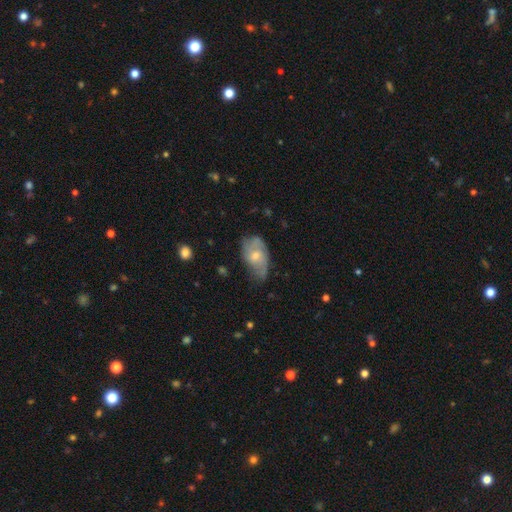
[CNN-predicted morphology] A smooth galaxy with no disk features (47%). Merging: none (43%).